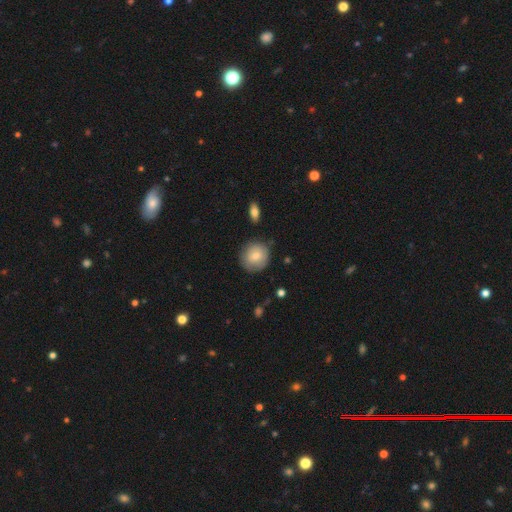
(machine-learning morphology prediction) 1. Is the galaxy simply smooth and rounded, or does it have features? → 75% smooth, 18% featured or disk, 7% star or artifact.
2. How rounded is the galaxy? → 88% round, 11% in between, 1% cigar-shaped.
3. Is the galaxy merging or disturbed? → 78% none, 16% minor disturbance, 4% major disturbance, 2% merger.